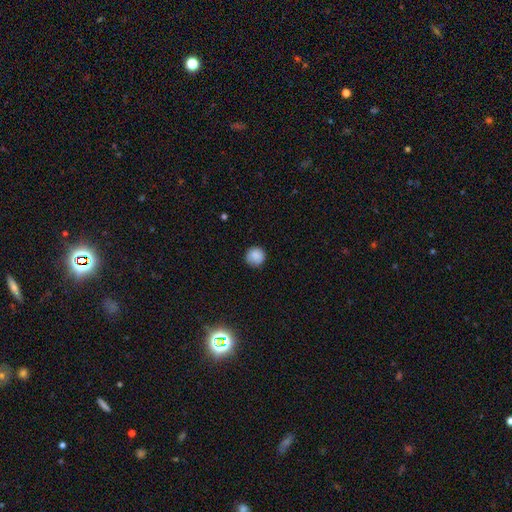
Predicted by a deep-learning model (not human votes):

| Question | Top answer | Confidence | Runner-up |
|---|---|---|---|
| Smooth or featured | smooth | 87% | star or artifact (9%) |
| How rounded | round | 94% | in between (5%) |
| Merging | none | 88% | minor disturbance (9%) |